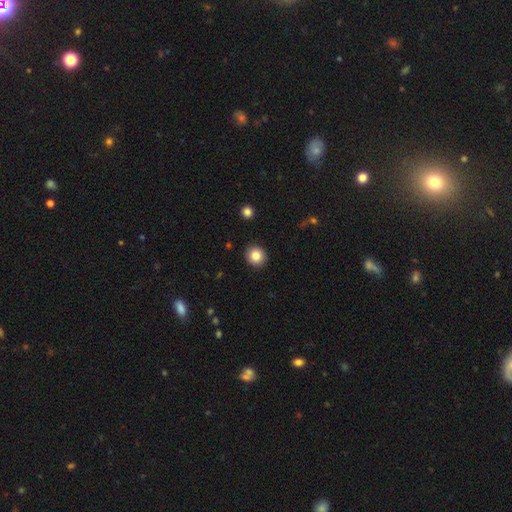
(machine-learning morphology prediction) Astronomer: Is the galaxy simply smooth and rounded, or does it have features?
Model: smooth — 83%.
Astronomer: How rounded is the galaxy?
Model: round — 86%.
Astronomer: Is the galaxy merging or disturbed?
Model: none — 92%.